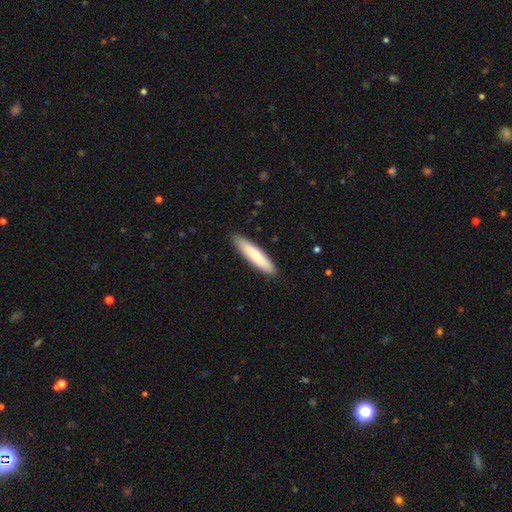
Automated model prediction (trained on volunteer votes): Overall: smooth (77%). How rounded: cigar-shaped (84%). Merging: none (91%).